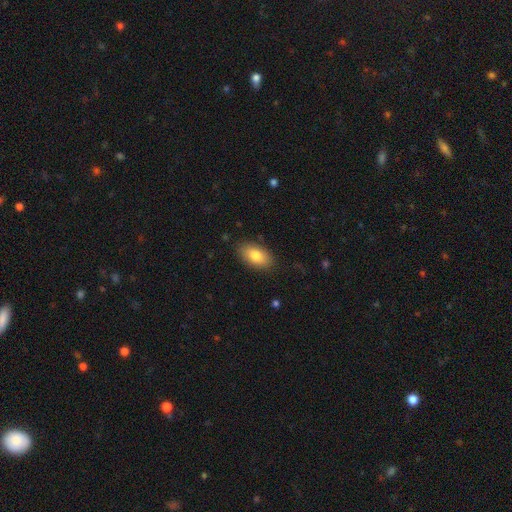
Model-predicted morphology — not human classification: Smooth or featured? smooth (80%)
How rounded? in between (92%)
Merging? none (85%)